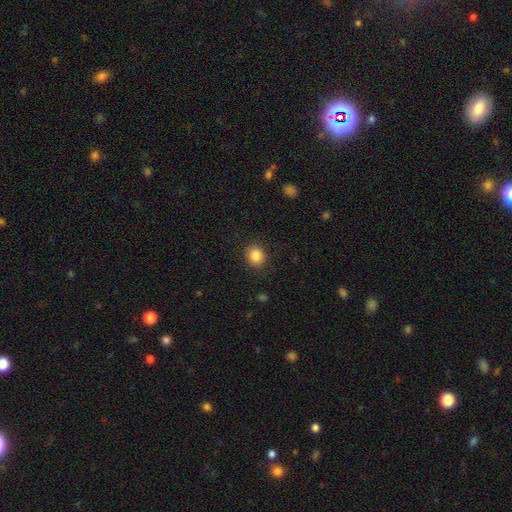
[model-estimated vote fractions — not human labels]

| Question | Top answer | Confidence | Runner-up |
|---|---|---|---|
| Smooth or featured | smooth | 86% | star or artifact (10%) |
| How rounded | round | 72% | in between (27%) |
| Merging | none | 88% | minor disturbance (8%) |